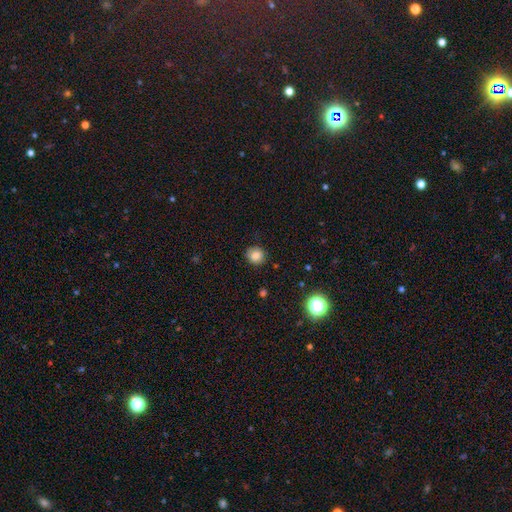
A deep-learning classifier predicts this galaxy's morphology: smooth-or-featured: smooth: 83% | star or artifact: 11% | featured or disk: 6%
  how-rounded: round: 85% | in between: 15% | cigar-shaped: 1%
  merging: none: 88% | minor disturbance: 9% | major disturbance: 2% | merger: 1%